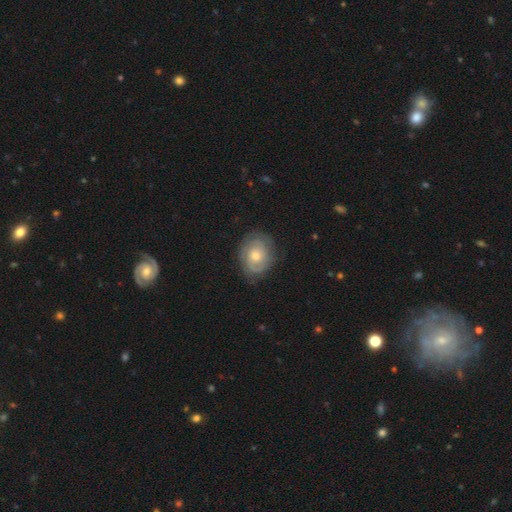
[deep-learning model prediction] Smooth or featured? Predicted: featured or disk (p=0.78). Edge-on disk? Predicted: no (p=0.97). Bar? Predicted: no (p=0.76). Spiral arms? Predicted: yes (p=0.93). Spiral winding? Predicted: tight (p=0.69). Spiral arm count? Predicted: 2 (p=0.55). Bulge size? Predicted: moderate (p=0.55). Merging? Predicted: none (p=0.78).